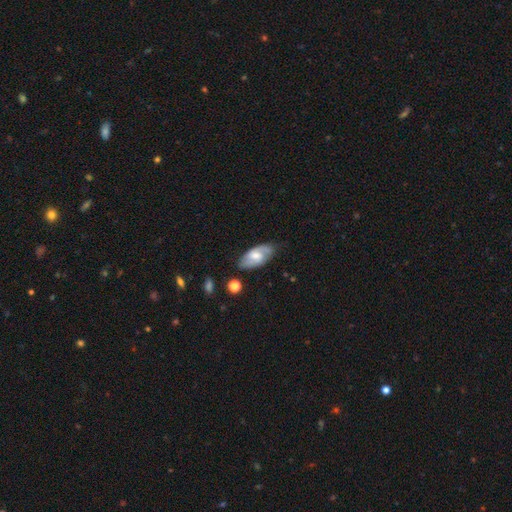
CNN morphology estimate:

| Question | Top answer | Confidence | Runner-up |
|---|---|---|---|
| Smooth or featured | featured or disk | 57% | smooth (36%) |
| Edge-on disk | no | 92% | yes (8%) |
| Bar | weak | 50% | no (36%) |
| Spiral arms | yes | 83% | no (17%) |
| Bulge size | moderate | 55% | small (30%) |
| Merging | none | 73% | minor disturbance (20%) |